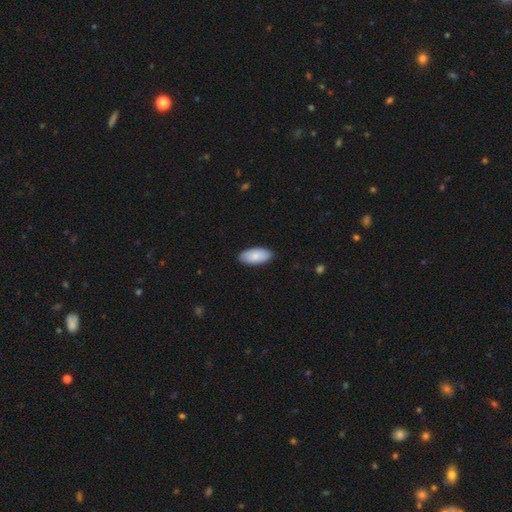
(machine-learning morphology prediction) This is clearly a smooth galaxy (83%). How rounded: clearly in between (94%). Merging: clearly none (88%).